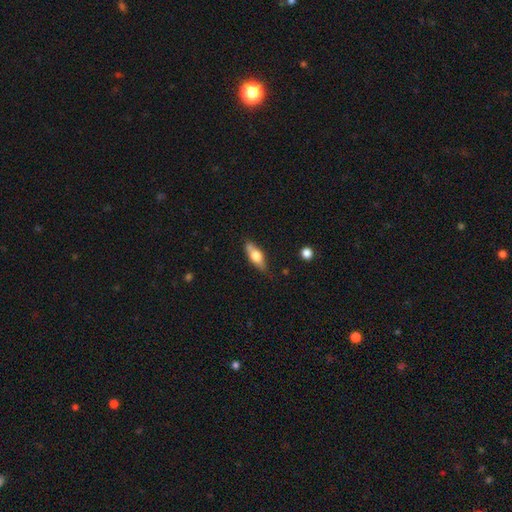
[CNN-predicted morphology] Smooth or featured?
  - smooth: 60% *
  - featured or disk: 34%
  - star or artifact: 6%
How rounded?
  - in between: 65% *
  - cigar-shaped: 32%
  - round: 4%
Merging?
  - none: 72% *
  - minor disturbance: 20%
  - merger: 4%
  - major disturbance: 4%